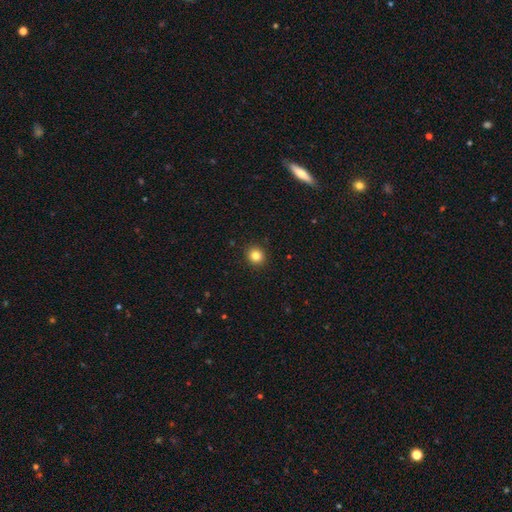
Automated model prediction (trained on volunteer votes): This appears to be a smooth galaxy with no disk features (83%) that is round (89%). Merging: none (92%).